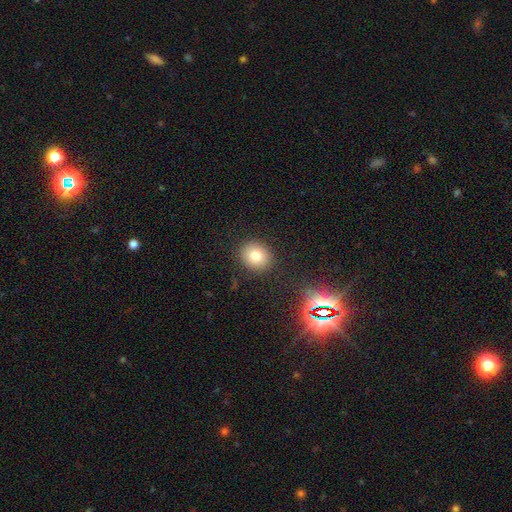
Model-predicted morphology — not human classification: A smooth galaxy with no disk features (79%) that is round (72%).

Vote fractions:
- Smooth or featured? smooth: 79% / star or artifact: 12% / featured or disk: 9%
- How rounded? round: 72% / in between: 27% / cigar-shaped: 1%
- Merging? none: 89% / minor disturbance: 7% / major disturbance: 2% / merger: 2%